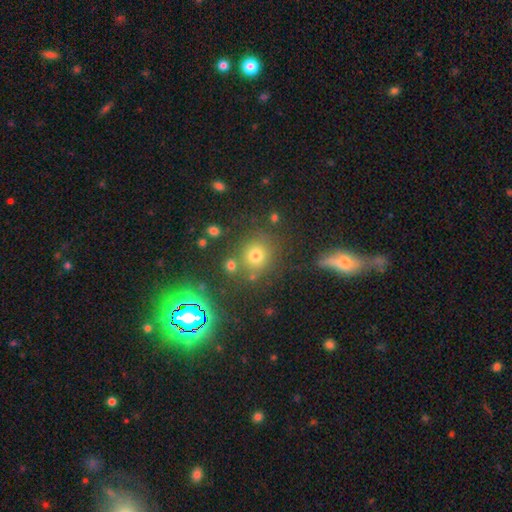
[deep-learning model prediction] smooth_or_featured: smooth (p=0.70) [alt: star or artifact p=0.22]
how_rounded: round (p=0.88) [alt: in between p=0.11]
merging: none (p=0.76) [alt: minor disturbance p=0.10]